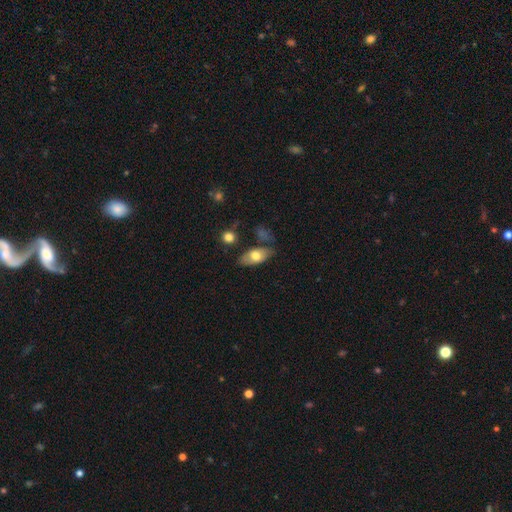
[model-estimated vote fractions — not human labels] Smooth or featured: smooth — 66% (featured or disk — 28%)
How rounded: in between — 89% (cigar-shaped — 7%)
Merging: none — 71% (minor disturbance — 18%)